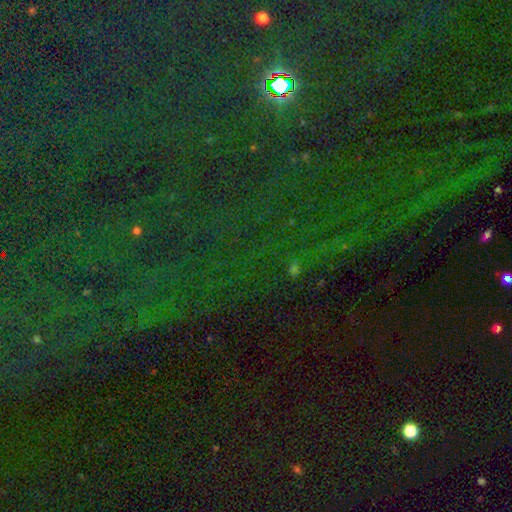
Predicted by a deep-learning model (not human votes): This appears to be a star or artifact, not a galaxy (80%).